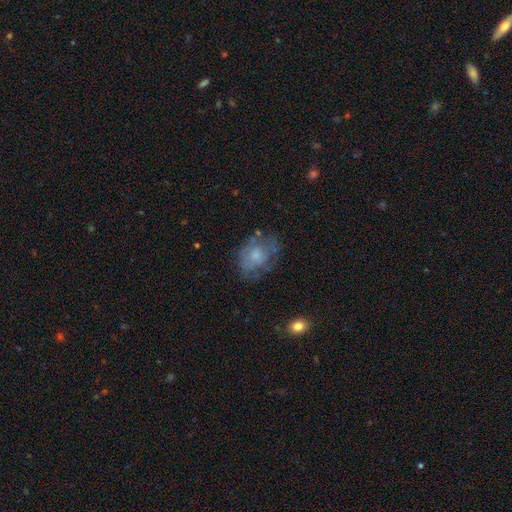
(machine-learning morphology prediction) Q: Smooth or featured?
A: smooth (51%); runner-up: featured or disk (40%)
Q: How rounded?
A: in between (63%); runner-up: round (36%)
Q: Merging?
A: none (57%); runner-up: minor disturbance (25%)